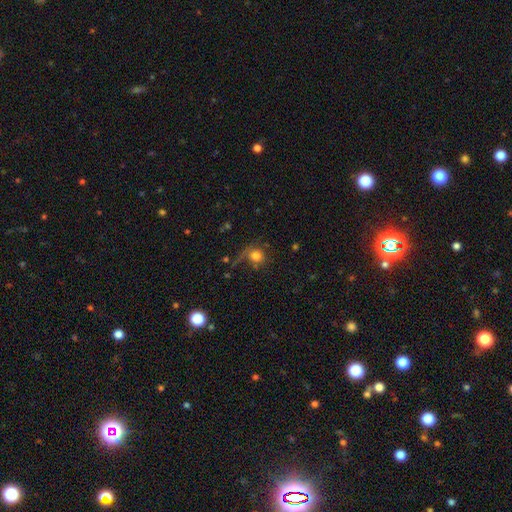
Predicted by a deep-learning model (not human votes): Q: Smooth or featured?
A: smooth (74%); runner-up: featured or disk (13%)
Q: How rounded?
A: round (84%); runner-up: in between (14%)
Q: Merging?
A: none (48%); runner-up: major disturbance (25%)